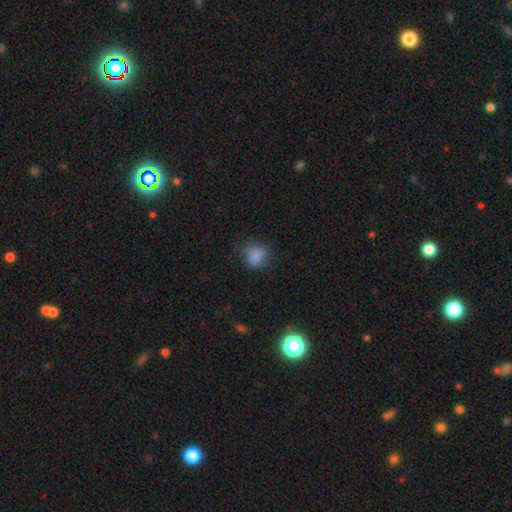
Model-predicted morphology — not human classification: Overall: smooth (81%). How rounded: round (65%; in between 34%). Merging: none (66%).